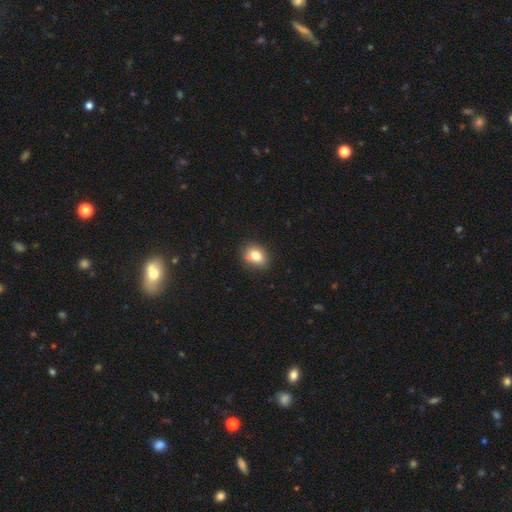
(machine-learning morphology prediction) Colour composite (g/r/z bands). It shows a smooth galaxy with no disk features (81%) that is in between round and cigar-shaped (58%). Merging: none (82%).